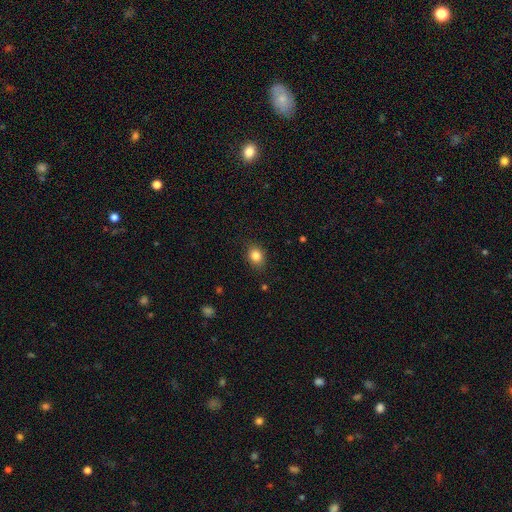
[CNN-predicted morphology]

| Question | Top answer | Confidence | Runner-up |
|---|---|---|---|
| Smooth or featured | smooth | 84% | star or artifact (10%) |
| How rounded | in between | 56% | round (42%) |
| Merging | none | 84% | minor disturbance (12%) |